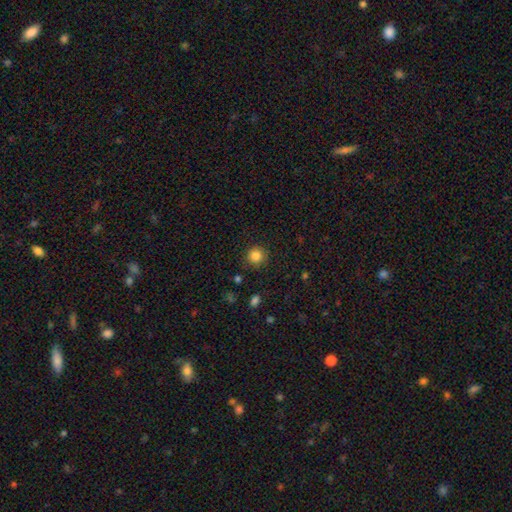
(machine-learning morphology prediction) Smooth or featured: smooth — 85% (star or artifact — 11%)
How rounded: round — 93% (in between — 6%)
Merging: none — 89% (minor disturbance — 7%)